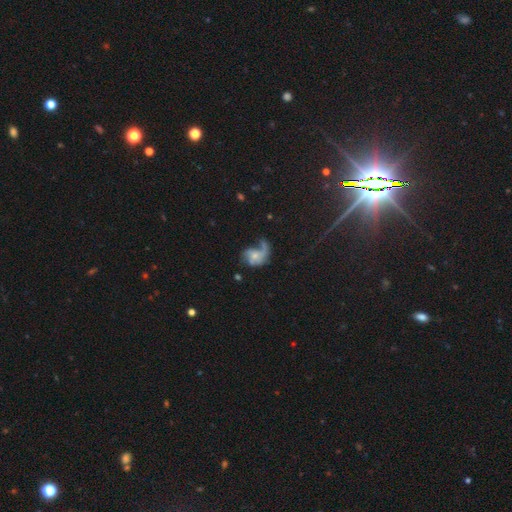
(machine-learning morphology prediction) Q: Smooth or featured?
A: featured or disk (62%); runner-up: smooth (27%)
Q: Edge-on disk?
A: no (97%); runner-up: yes (3%)
Q: Bar?
A: no (74%); runner-up: weak (22%)
Q: Spiral arms?
A: yes (75%); runner-up: no (25%)
Q: Bulge size?
A: small (54%); runner-up: moderate (28%)
Q: Merging?
A: major disturbance (43%); runner-up: none (27%)